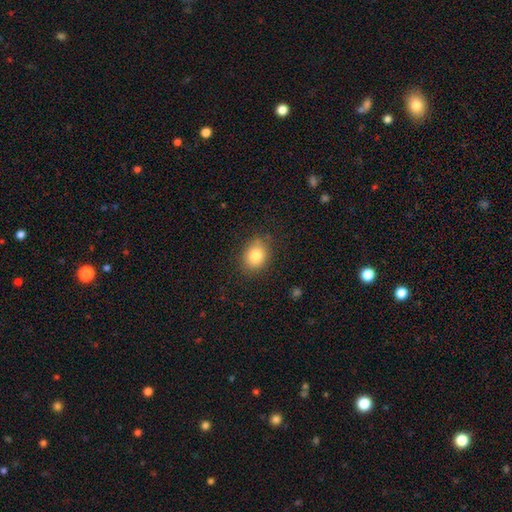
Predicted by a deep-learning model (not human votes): This appears to be a smooth galaxy with no disk features (81%) that is round (57%). Merging: none (83%).